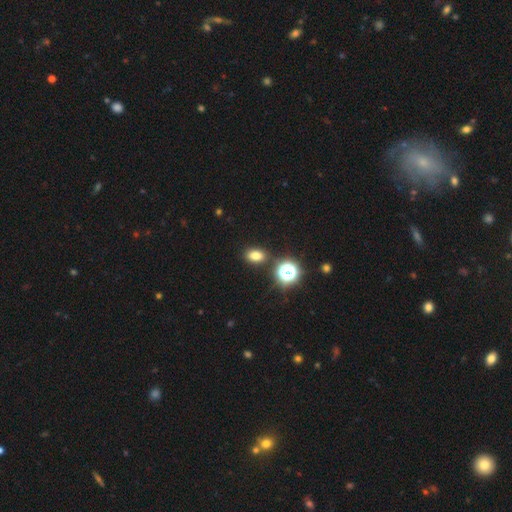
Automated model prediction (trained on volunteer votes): This is likely a smooth galaxy (75%). How rounded: likely in between (73%). Merging: clearly none (83%).